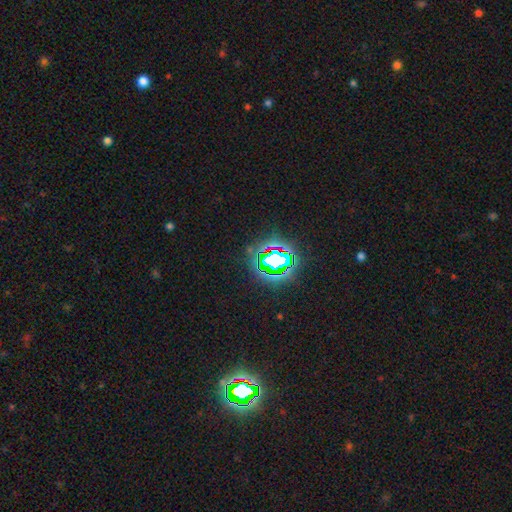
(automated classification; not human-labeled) Q: Smooth or featured?
A: star or artifact (83%); runner-up: smooth (11%)